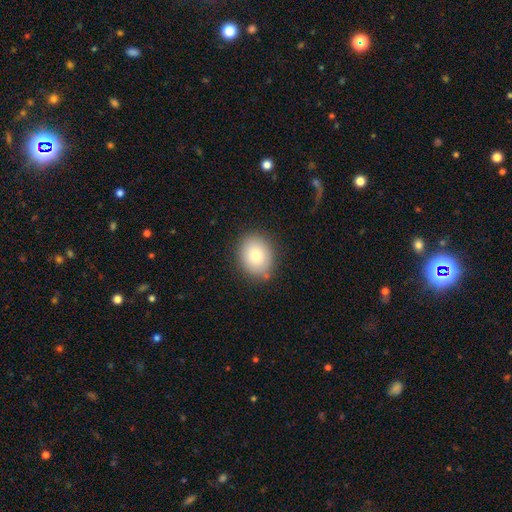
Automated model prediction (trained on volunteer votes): Smooth or featured? smooth (77%)
How rounded? round (57%)
Merging? none (83%)